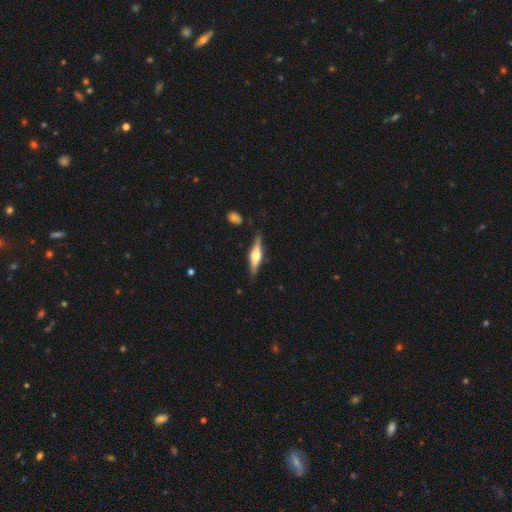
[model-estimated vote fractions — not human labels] A featured or disk galaxy (67%) viewed edge-on (96%) with a rounded central bulge (88%). Merging: none (85%).